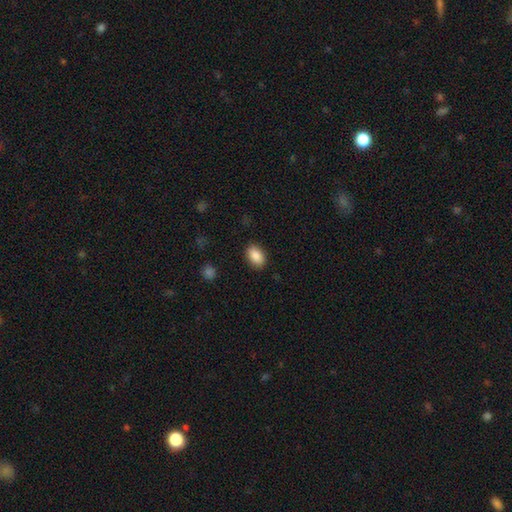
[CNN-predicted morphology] The model was most divided on "merging": none: 87%, minor disturbance: 9%, major disturbance: 2%, merger: 1%. More confident: how rounded — in between (89%); smooth or featured — smooth (88%).